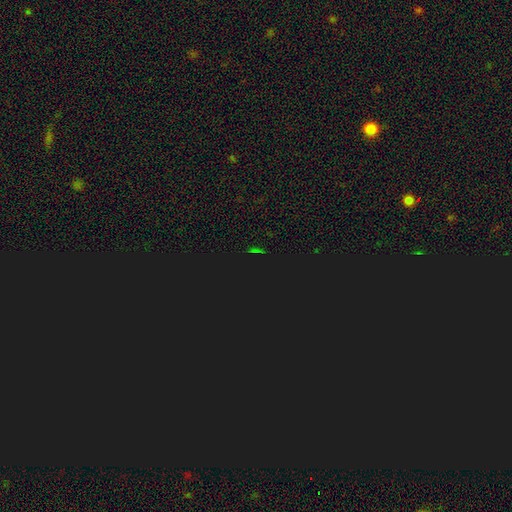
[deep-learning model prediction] A star or artifact, not a galaxy (77%).